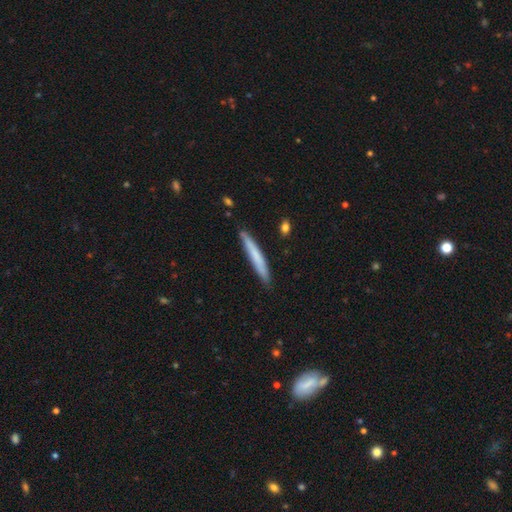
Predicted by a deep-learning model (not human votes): Smooth or featured: smooth — 68% (featured or disk — 26%)
How rounded: cigar-shaped — 96% (in between — 3%)
Merging: none — 88% (minor disturbance — 9%)